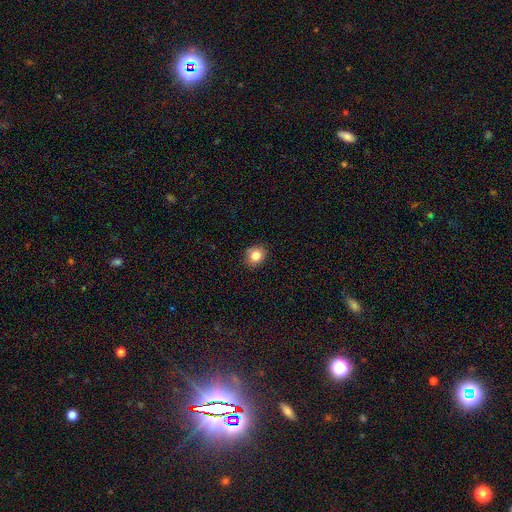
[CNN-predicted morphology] This is clearly a smooth galaxy (83%). How rounded: likely round (71%). Merging: clearly none (84%).